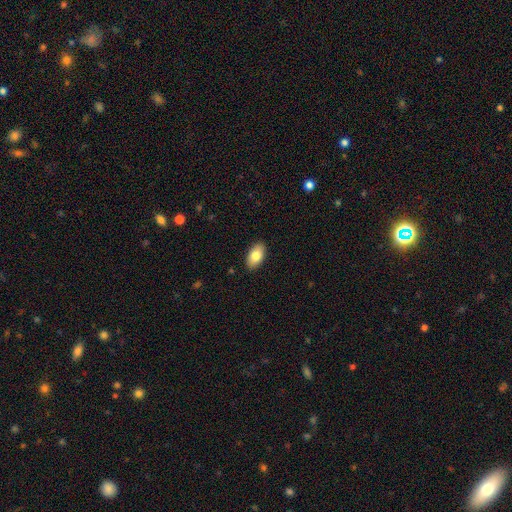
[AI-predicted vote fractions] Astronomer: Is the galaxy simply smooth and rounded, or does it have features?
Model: smooth — 82%.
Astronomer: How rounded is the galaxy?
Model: in between — 93%.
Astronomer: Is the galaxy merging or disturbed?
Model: none — 89%.